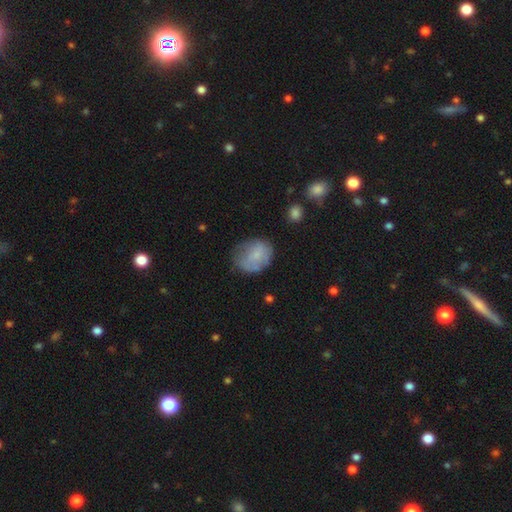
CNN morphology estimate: Overall: smooth (68%). How rounded: in between (51%; round 48%). Merging: none (54%; minor disturbance 30%).